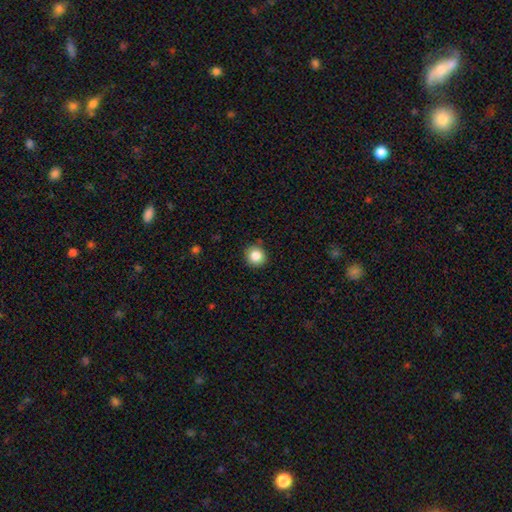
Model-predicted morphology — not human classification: type=smooth (84%); roundness=round (90%); merging=none (90%).